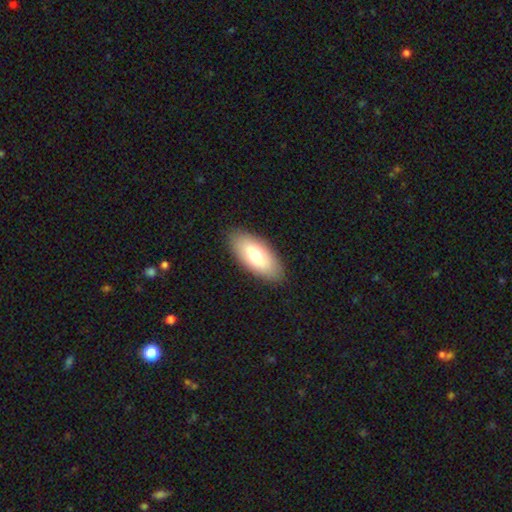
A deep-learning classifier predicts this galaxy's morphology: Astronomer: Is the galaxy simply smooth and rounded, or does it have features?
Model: smooth — 72%.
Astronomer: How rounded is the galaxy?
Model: in between — 90%.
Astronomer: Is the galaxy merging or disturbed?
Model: none — 88%.